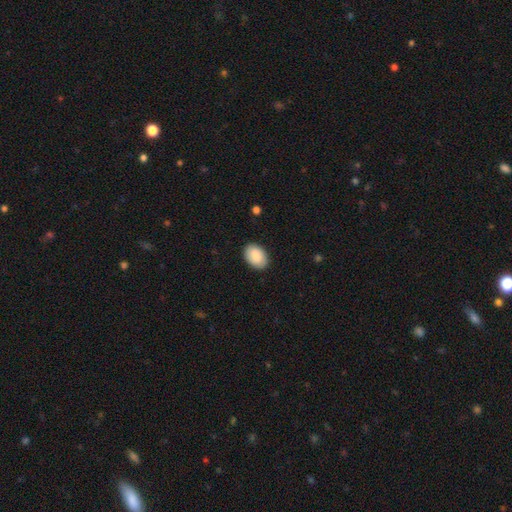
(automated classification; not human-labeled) Smooth or featured? Predicted: smooth (p=0.89). How rounded? Predicted: in between (p=0.85). Merging? Predicted: none (p=0.88).